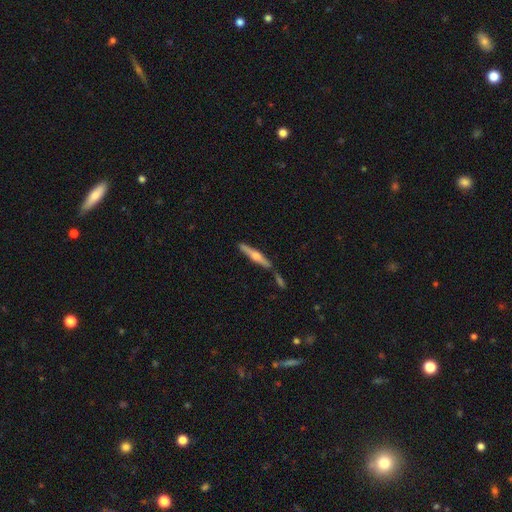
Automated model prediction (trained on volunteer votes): featured or disk 65%, smooth 29%, star or artifact 6%. Down the decision tree: edge-on disk — yes (97%); edge-on bulge — rounded (84%); merging — none (78%).